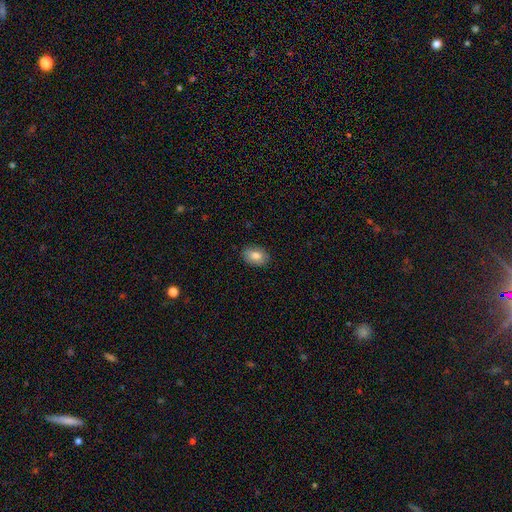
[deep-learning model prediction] A smooth galaxy with no disk features (82%) that is in between round and cigar-shaped (84%). Merging: none (88%).